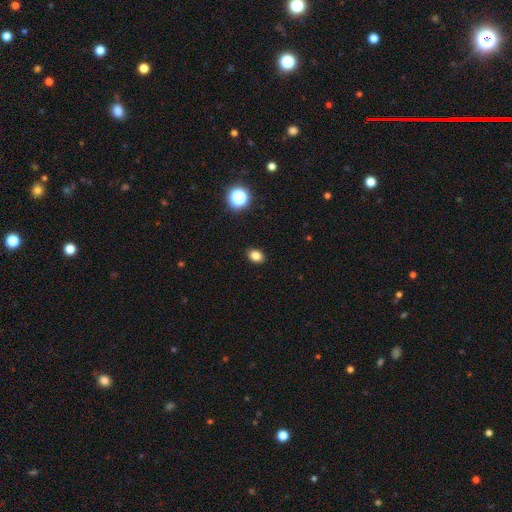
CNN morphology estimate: This is clearly a smooth galaxy (82%). How rounded: likely in between (72%). Merging: clearly none (90%).